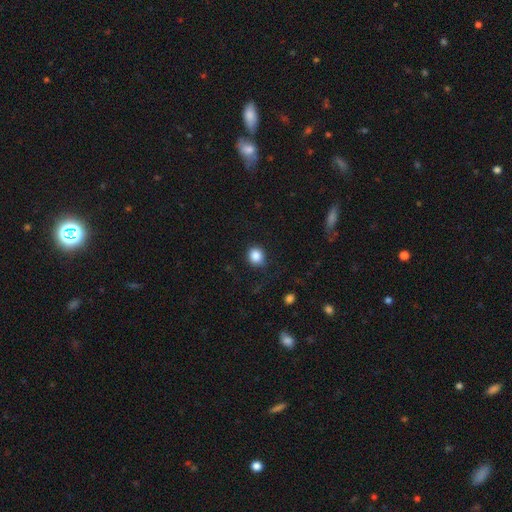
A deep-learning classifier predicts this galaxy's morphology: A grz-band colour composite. It shows a smooth galaxy with no disk features (86%) that is round (86%). Merging: none (84%).